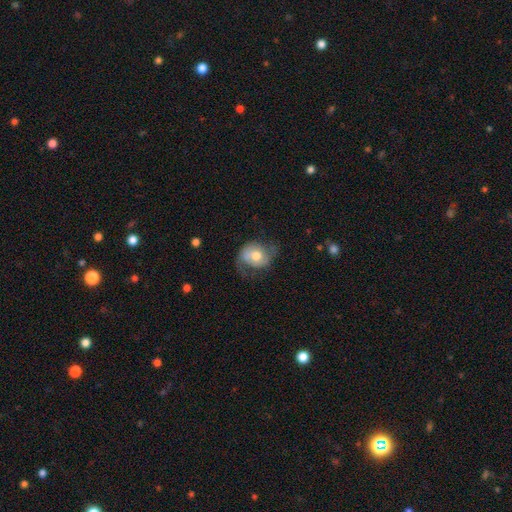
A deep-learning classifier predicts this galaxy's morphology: featured or disk 54%, smooth 39%, star or artifact 7%. Down the decision tree: edge-on disk — no (96%); bar — no (69%); spiral arms — yes (77%); bulge size — moderate (71%); merging — none (54%).